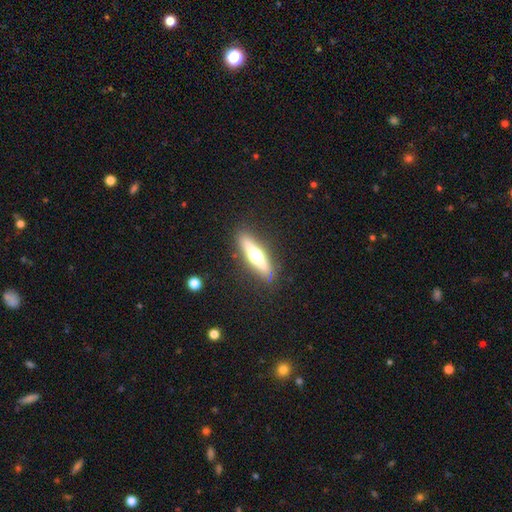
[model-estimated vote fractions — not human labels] Overall: featured or disk (59%; smooth 35%). Edge-on disk: yes (92%). Edge-on bulge: rounded (95%). Merging: none (87%).